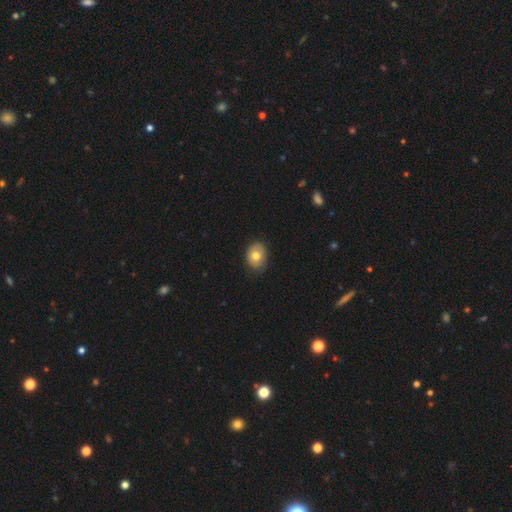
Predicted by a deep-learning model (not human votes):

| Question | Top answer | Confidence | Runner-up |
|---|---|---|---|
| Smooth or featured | smooth | 73% | featured or disk (19%) |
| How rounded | in between | 63% | round (36%) |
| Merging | none | 81% | minor disturbance (15%) |